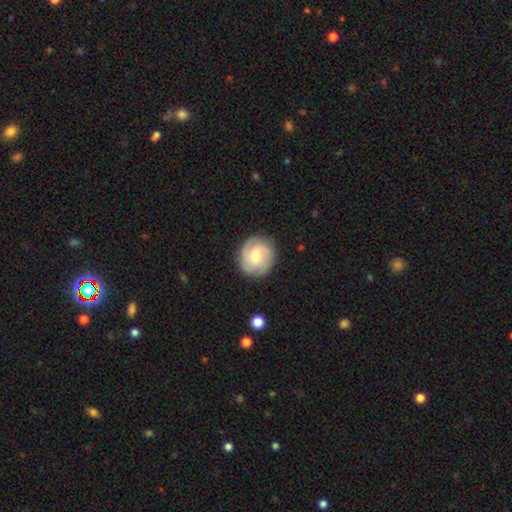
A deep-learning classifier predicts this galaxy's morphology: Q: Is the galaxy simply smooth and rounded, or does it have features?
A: featured or disk — 50%.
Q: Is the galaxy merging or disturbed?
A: none — 84%.